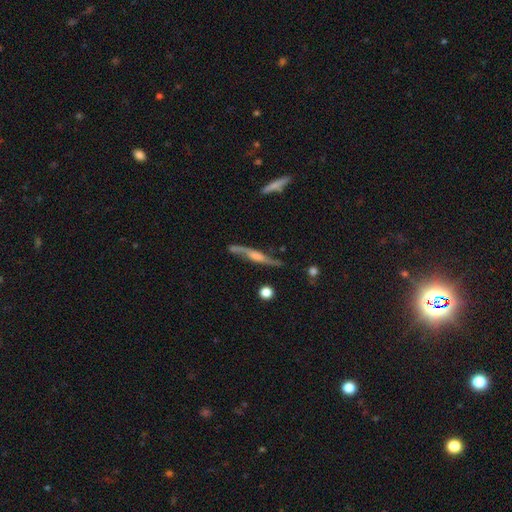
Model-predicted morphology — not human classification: A featured or disk galaxy (82%) viewed edge-on (62%) with a rounded central bulge (64%).

Vote fractions:
- Smooth or featured? featured or disk: 82% / smooth: 12% / star or artifact: 6%
- Edge-on disk? yes: 62% / no: 38%
- Edge-on bulge? rounded: 64% / boxy: 20% / none: 16%
- Merging? none: 73% / minor disturbance: 18% / major disturbance: 6% / merger: 3%